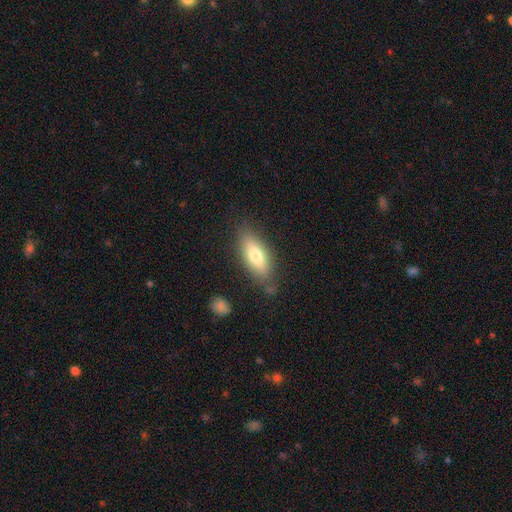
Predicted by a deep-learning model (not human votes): Smooth or featured? Predicted: smooth (p=0.71). How rounded? Predicted: in between (p=0.69). Merging? Predicted: none (p=0.77).